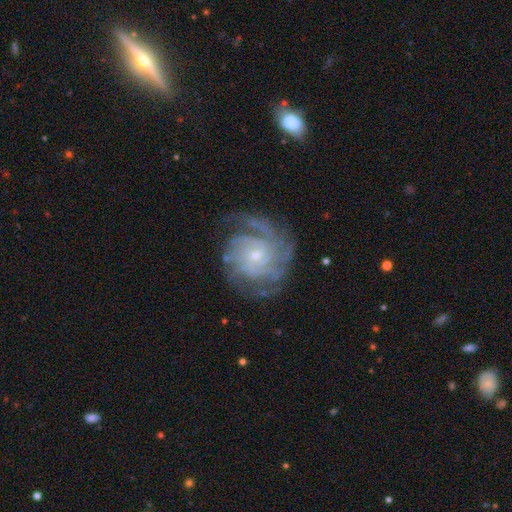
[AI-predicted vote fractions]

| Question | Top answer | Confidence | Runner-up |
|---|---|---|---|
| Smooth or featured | featured or disk | 86% | smooth (7%) |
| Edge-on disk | no | 98% | yes (2%) |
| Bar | no | 72% | weak (23%) |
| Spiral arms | yes | 96% | no (4%) |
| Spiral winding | tight | 64% | medium (29%) |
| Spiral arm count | can't tell | 33% | 3 (20%) |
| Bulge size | small | 72% | moderate (23%) |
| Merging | none | 69% | minor disturbance (17%) |